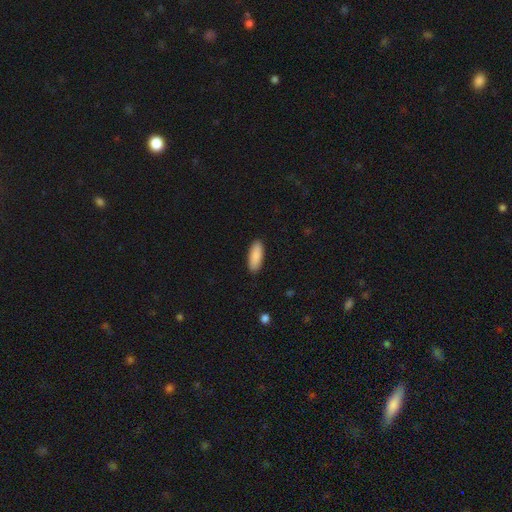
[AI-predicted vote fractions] smooth_or_featured: smooth (p=0.90) [alt: star or artifact p=0.05]
how_rounded: in between (p=0.71) [alt: cigar-shaped p=0.28]
merging: none (p=0.90) [alt: minor disturbance p=0.07]